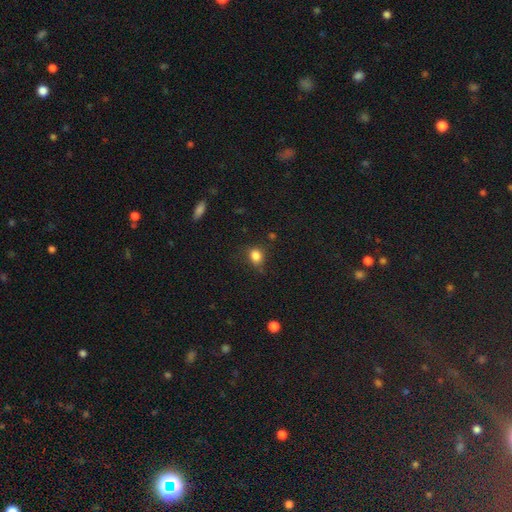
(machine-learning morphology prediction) This appears to be a smooth galaxy with no disk features (83%) that is round (54%). Merging: none (68%).